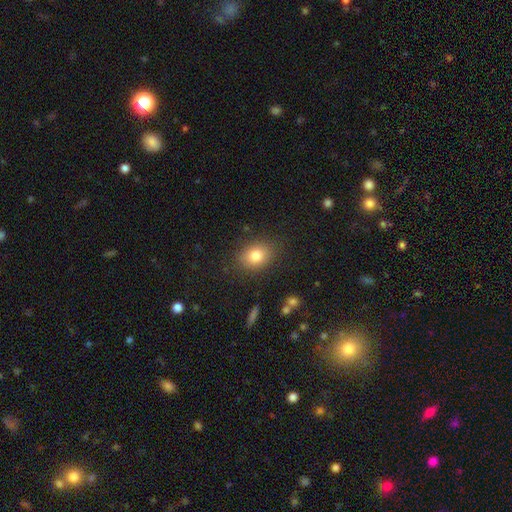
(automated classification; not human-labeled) This appears to be a smooth galaxy with no disk features (80%) that is in between round and cigar-shaped (61%). Merging: none (83%).